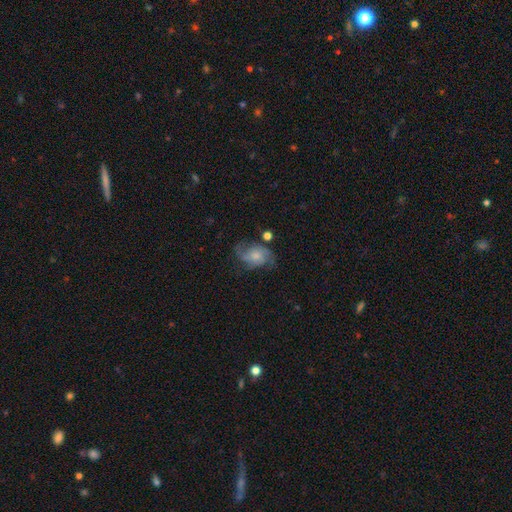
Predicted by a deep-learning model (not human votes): Smooth or featured?
  - featured or disk: 68% *
  - smooth: 24%
  - star or artifact: 8%
Edge-on disk?
  - no: 97% *
  - yes: 3%
Bar?
  - no: 69% *
  - weak: 27%
  - strong: 4%
Spiral arms?
  - yes: 89% *
  - no: 11%
Spiral winding?
  - medium: 46% *
  - loose: 37%
  - tight: 17%
Spiral arm count?
  - 2: 56% *
  - 3: 17%
  - can't tell: 15%
  - 1: 5%
  - 4: 4%
  - more than 4: 3%
Bulge size?
  - small: 39% *
  - moderate: 36%
  - none: 14%
  - large: 10%
  - dominant: 2%
Merging?
  - none: 55% *
  - minor disturbance: 23%
  - major disturbance: 18%
  - merger: 4%